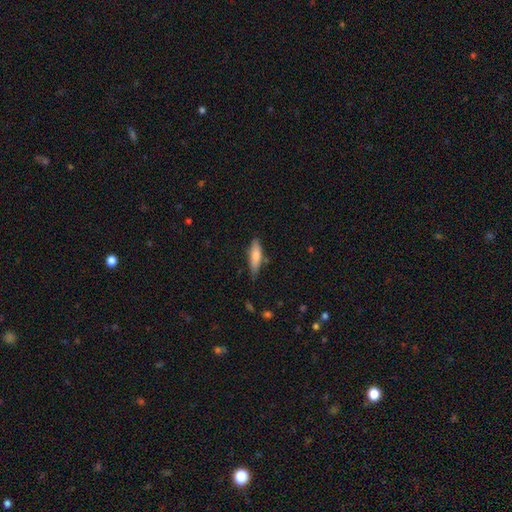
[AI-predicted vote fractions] Overall: smooth (74%). How rounded: cigar-shaped (62%; in between 37%). Merging: none (77%).